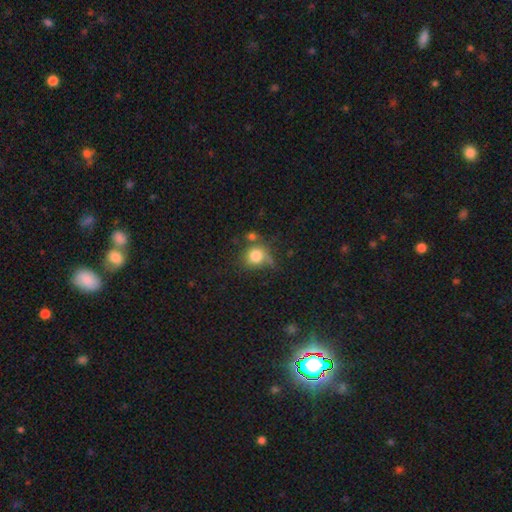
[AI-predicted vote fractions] Q: Smooth or featured?
A: smooth (80%); runner-up: star or artifact (11%)
Q: How rounded?
A: round (83%); runner-up: in between (16%)
Q: Merging?
A: none (55%); runner-up: minor disturbance (21%)